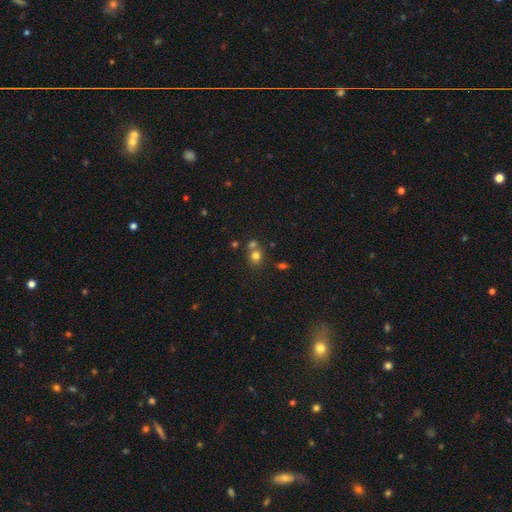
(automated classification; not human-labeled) A smooth galaxy with no disk features (74%) that is round (76%). Merging: none (51%).